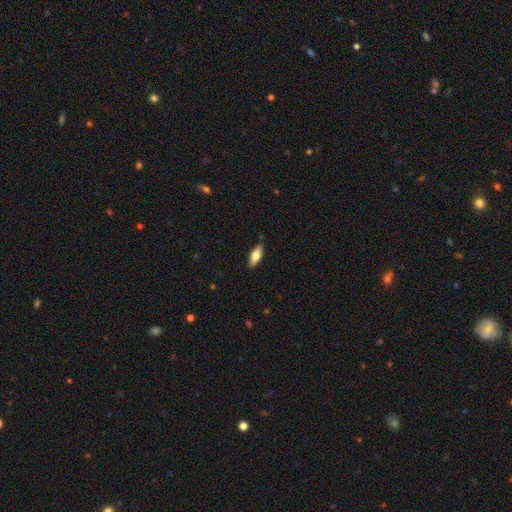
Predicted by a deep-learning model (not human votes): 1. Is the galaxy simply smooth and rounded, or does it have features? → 64% smooth, 30% featured or disk, 6% star or artifact.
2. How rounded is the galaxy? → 72% in between, 26% cigar-shaped, 2% round.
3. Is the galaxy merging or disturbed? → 88% none, 10% minor disturbance, 2% major disturbance, 1% merger.